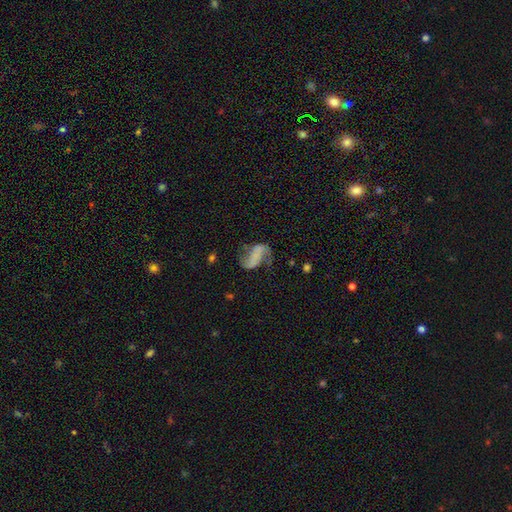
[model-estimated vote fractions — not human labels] featured or disk 75%, smooth 16%, star or artifact 9%. Down the decision tree: edge-on disk — no (97%); bar — strong (36%, tied with no); spiral arms — yes (90%); spiral arm count — 2 (89%); spiral winding — loose (73%); bulge size — none (72%); merging — none (57%).